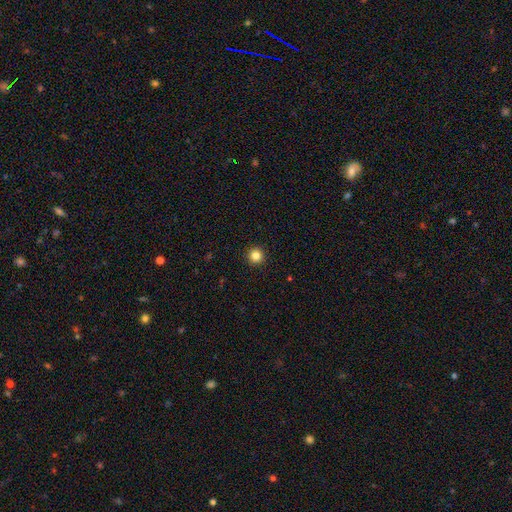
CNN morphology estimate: Smooth or featured? Predicted: smooth (p=0.84). How rounded? Predicted: round (p=0.96). Merging? Predicted: none (p=0.94).